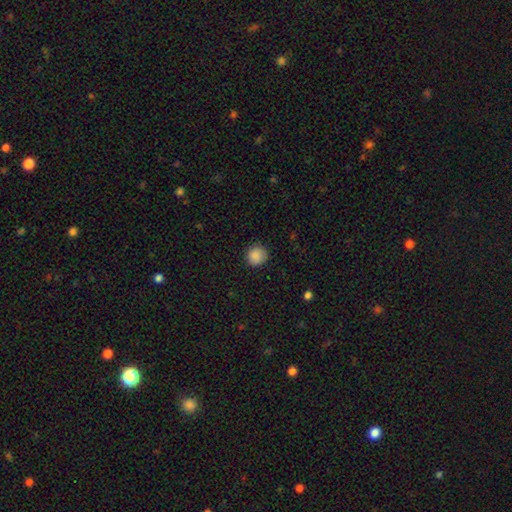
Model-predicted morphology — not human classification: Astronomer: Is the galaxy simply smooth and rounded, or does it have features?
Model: smooth — 87%.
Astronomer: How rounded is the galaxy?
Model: round — 90%.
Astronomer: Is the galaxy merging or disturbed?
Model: none — 86%.